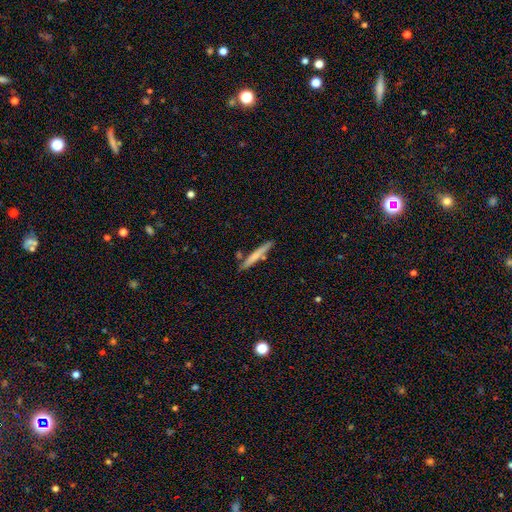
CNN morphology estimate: The model was most divided on "smooth or featured": smooth: 67%, featured or disk: 27%, star or artifact: 6%. More confident: how rounded — cigar-shaped (95%); merging — none (80%).